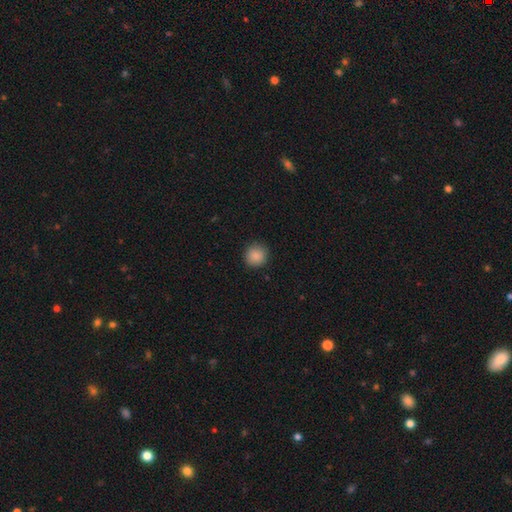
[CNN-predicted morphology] A smooth galaxy with no disk features (88%) that is round (92%). Merging: none (90%).